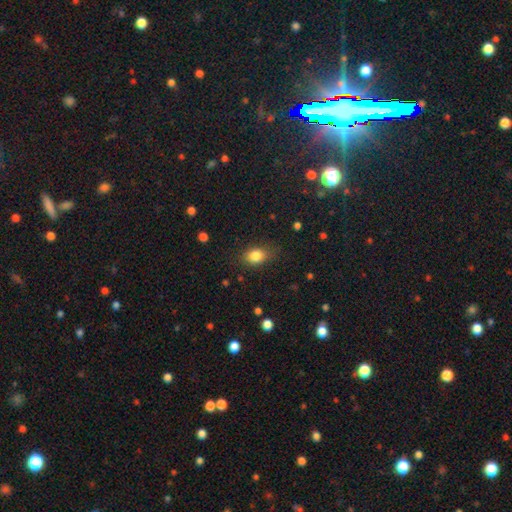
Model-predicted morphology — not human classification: This appears to be a smooth galaxy with no disk features (82%) that is in between round and cigar-shaped (69%). Merging: none (76%).